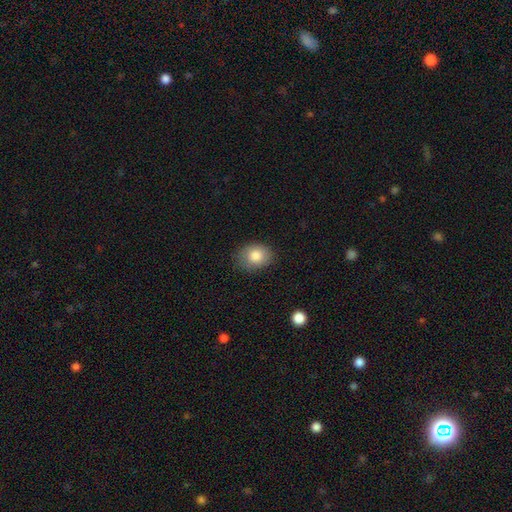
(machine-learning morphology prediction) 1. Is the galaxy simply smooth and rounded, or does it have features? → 83% smooth, 9% star or artifact, 9% featured or disk.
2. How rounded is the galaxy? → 55% in between, 44% round, 1% cigar-shaped.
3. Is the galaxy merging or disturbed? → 80% none, 16% minor disturbance, 4% major disturbance, 1% merger.